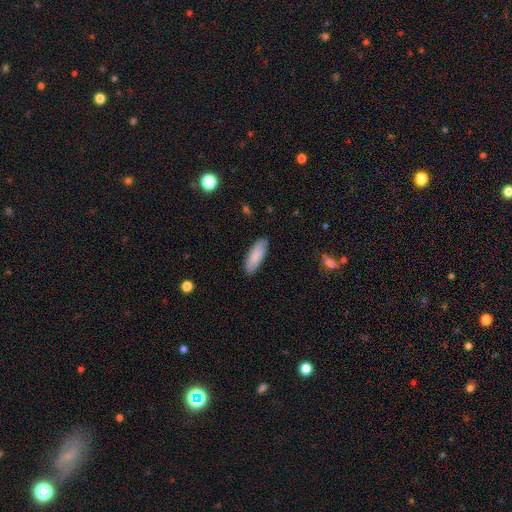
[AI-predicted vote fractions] Smooth or featured: smooth — 86% (featured or disk — 8%)
How rounded: in between — 67% (cigar-shaped — 31%)
Merging: none — 87% (minor disturbance — 10%)